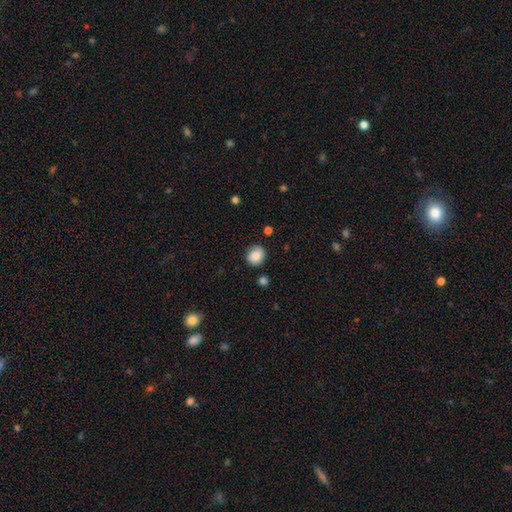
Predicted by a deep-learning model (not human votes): smooth-or-featured: smooth: 85% | star or artifact: 9% | featured or disk: 7%
  how-rounded: round: 80% | in between: 19% | cigar-shaped: 1%
  merging: none: 82% | minor disturbance: 13% | major disturbance: 3% | merger: 2%